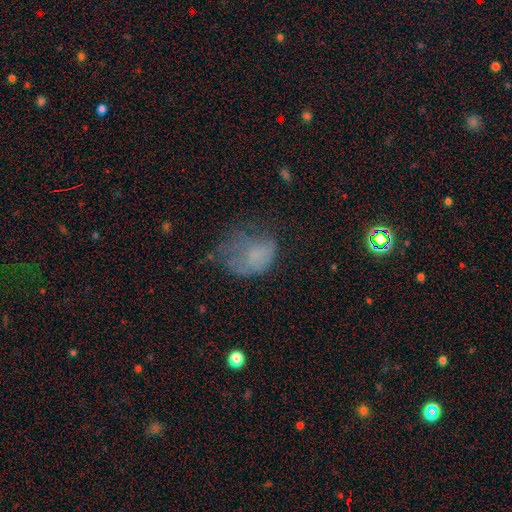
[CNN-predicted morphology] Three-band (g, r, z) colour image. It shows a smooth galaxy with no disk features (58%) that is in between round and cigar-shaped (64%). Merging: major disturbance (43%).